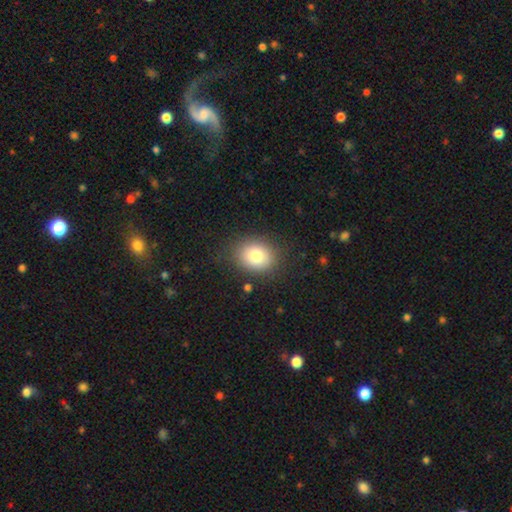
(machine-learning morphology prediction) type=smooth (80%); roundness=round (58%); merging=none (83%).